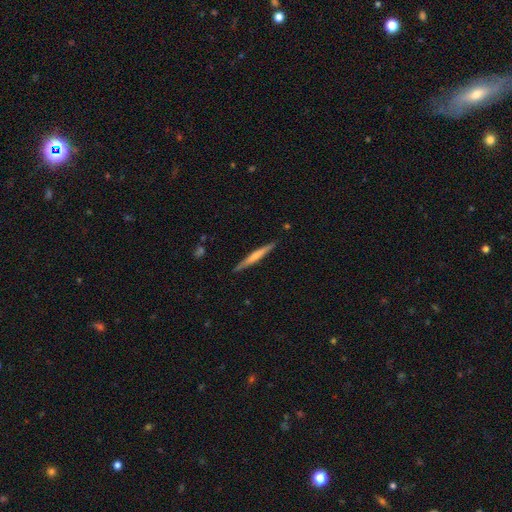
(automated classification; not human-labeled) This is possibly a smooth galaxy (52%). How rounded: clearly cigar-shaped (96%). Merging: clearly none (90%).